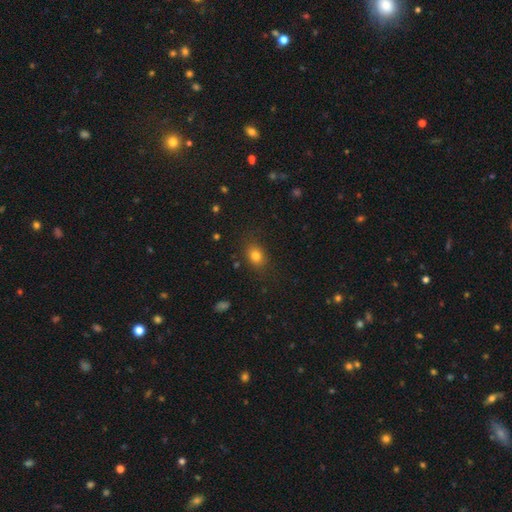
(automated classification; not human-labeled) This appears to be a smooth galaxy with no disk features (80%) that is in between round and cigar-shaped (58%). Merging: none (81%).